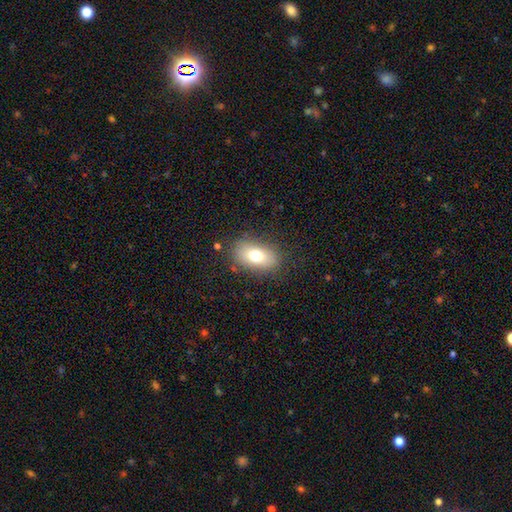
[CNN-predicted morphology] This appears to be a smooth galaxy with no disk features (73%) that is in between round and cigar-shaped (85%). Merging: none (83%).